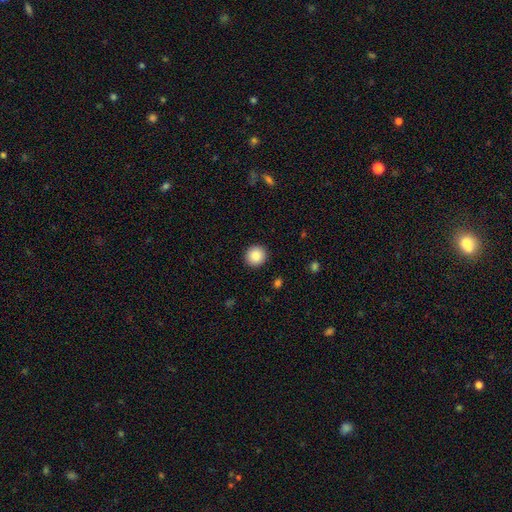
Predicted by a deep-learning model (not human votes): Overall: smooth (87%). How rounded: round (94%). Merging: none (92%).